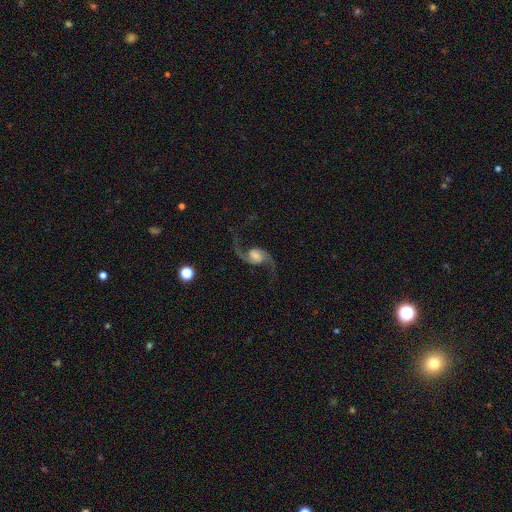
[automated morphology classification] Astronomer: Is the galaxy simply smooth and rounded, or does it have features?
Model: featured or disk — 90%.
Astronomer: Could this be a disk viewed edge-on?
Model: no — 97%.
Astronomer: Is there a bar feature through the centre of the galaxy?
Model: no — 49% (runner-up: weak, 38%).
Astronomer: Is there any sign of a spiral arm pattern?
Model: yes — 98%.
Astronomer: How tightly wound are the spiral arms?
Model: loose — 82%.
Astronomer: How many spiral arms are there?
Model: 2 — 95%.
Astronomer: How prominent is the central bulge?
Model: moderate — 32% (runner-up: small, 31%).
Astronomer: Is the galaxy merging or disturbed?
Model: none — 79%.